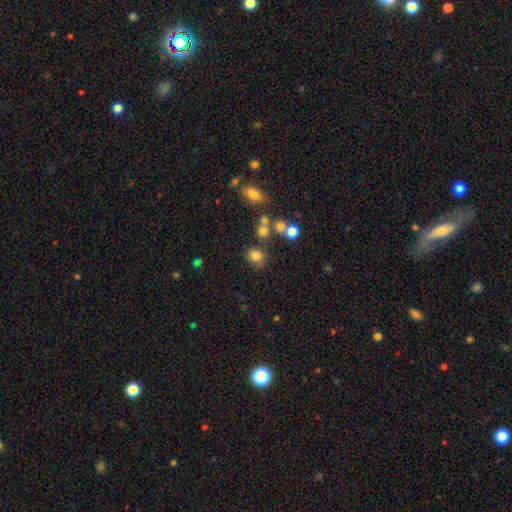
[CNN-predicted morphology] Smooth or featured: smooth — 77% (star or artifact — 15%)
How rounded: round — 76% (in between — 23%)
Merging: none — 66% (minor disturbance — 15%)